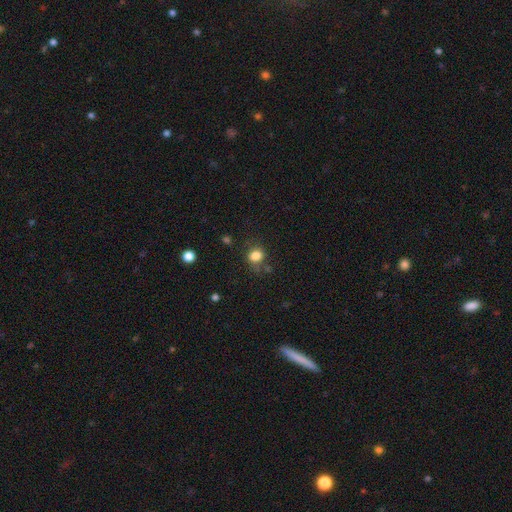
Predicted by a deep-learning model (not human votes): A smooth galaxy with no disk features (83%) that is round (66%).

Vote fractions:
- Smooth or featured? smooth: 83% / star or artifact: 12% / featured or disk: 6%
- How rounded? round: 66% / in between: 33% / cigar-shaped: 1%
- Merging? none: 72% / minor disturbance: 17% / major disturbance: 6% / merger: 5%